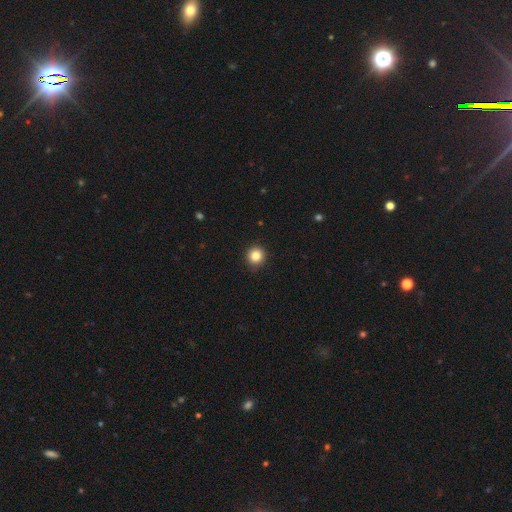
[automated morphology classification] A smooth galaxy with no disk features (85%) that is round (92%).

Vote fractions:
- Smooth or featured? smooth: 85% / star or artifact: 11% / featured or disk: 5%
- How rounded? round: 92% / in between: 7% / cigar-shaped: 1%
- Merging? none: 91% / minor disturbance: 6% / major disturbance: 2% / merger: 1%